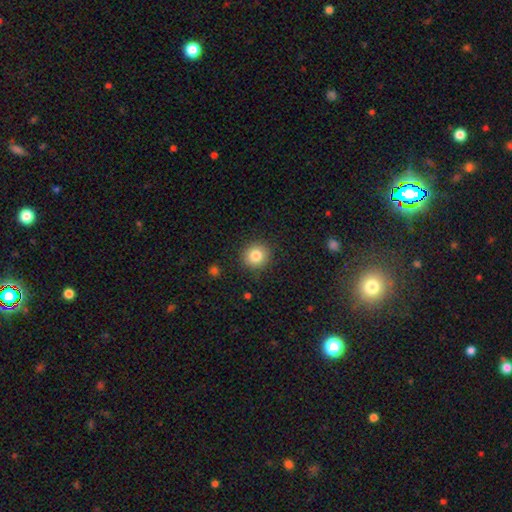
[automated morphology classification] Overall: smooth (82%). How rounded: round (89%). Merging: none (89%).